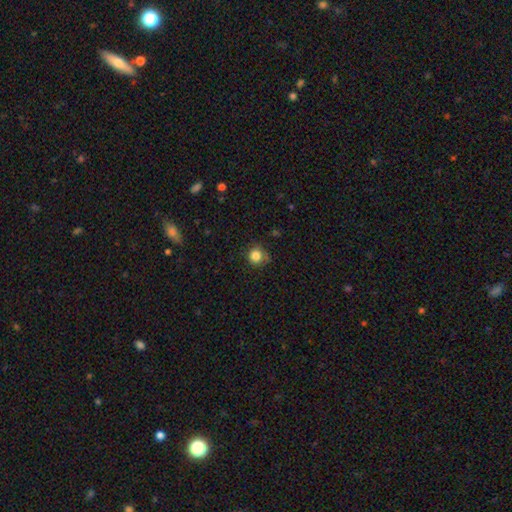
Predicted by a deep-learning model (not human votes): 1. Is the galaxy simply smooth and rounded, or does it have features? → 83% smooth, 11% star or artifact, 6% featured or disk.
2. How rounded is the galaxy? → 87% round, 12% in between, 1% cigar-shaped.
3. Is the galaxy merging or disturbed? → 67% none, 24% minor disturbance, 7% major disturbance, 2% merger.